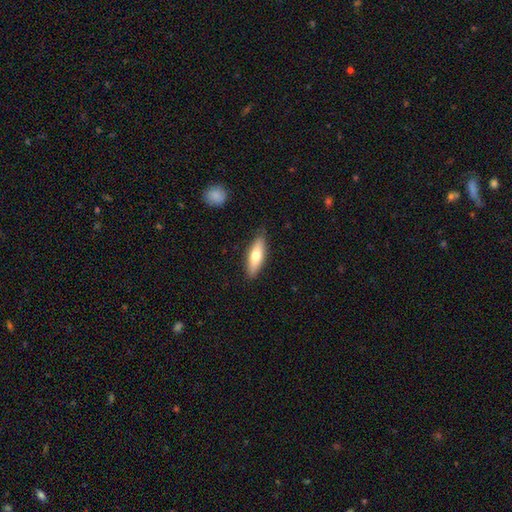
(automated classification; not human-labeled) Overall: smooth (67%). How rounded: in between (50%; cigar-shaped 48%). Merging: none (86%).